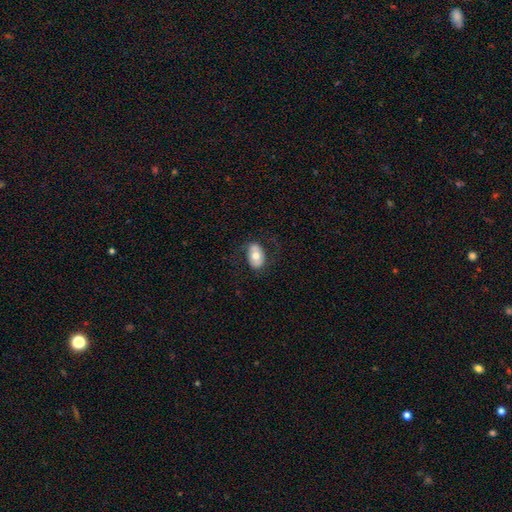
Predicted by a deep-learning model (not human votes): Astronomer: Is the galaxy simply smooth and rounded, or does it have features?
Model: smooth — 62%.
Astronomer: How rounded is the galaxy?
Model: in between — 89%.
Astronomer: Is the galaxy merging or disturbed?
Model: none — 74%.